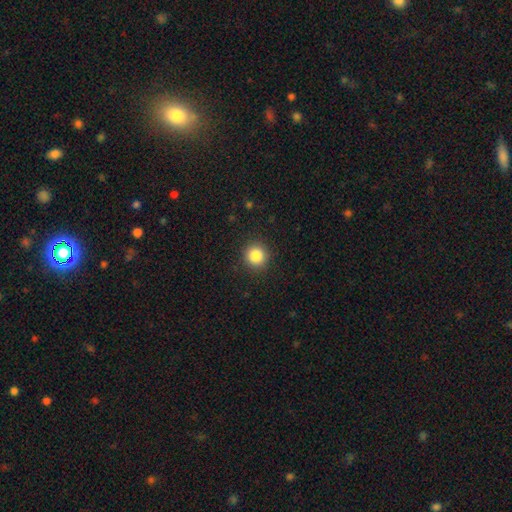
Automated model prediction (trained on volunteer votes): Overall: smooth (85%). How rounded: round (93%). Merging: none (91%).